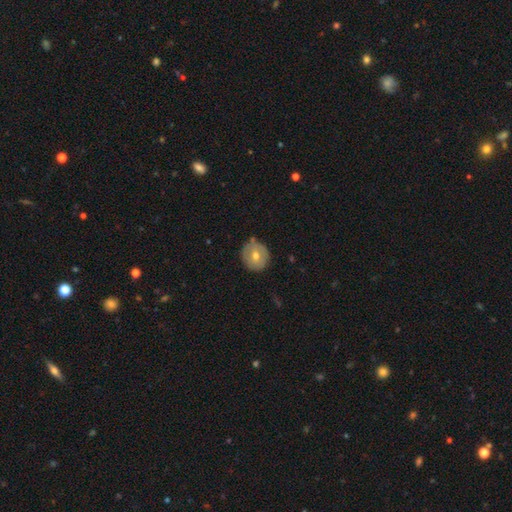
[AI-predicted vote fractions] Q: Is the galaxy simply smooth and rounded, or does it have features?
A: smooth — 54%.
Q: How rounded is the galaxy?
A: round — 89%.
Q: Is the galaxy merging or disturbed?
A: none — 82%.